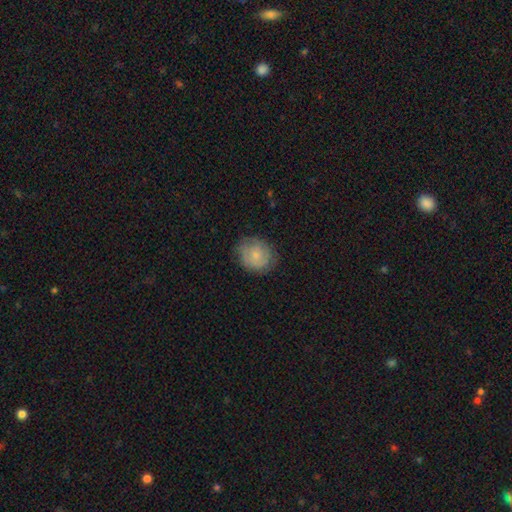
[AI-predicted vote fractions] Smooth or featured: smooth — 64% (featured or disk — 29%)
How rounded: round — 74% (in between — 25%)
Merging: none — 75% (minor disturbance — 19%)